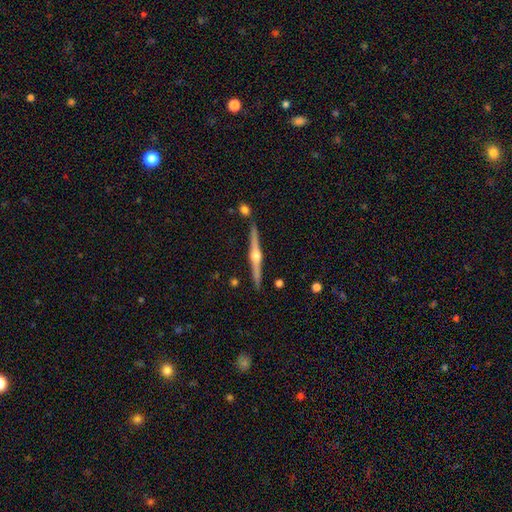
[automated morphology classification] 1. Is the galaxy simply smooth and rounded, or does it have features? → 87% featured or disk, 8% smooth, 5% star or artifact.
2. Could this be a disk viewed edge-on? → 99% yes, 1% no.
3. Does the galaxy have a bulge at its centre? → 94% rounded, 4% boxy, 2% none.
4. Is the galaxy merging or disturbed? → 89% none, 6% minor disturbance, 3% merger, 1% major disturbance.